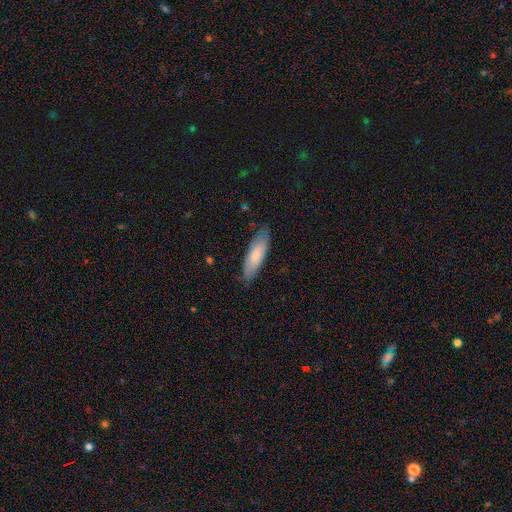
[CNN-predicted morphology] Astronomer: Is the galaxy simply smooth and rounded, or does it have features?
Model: smooth — 76%.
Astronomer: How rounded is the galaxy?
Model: in between — 53% (runner-up: cigar-shaped, 46%).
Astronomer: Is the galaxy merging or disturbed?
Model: none — 79%.